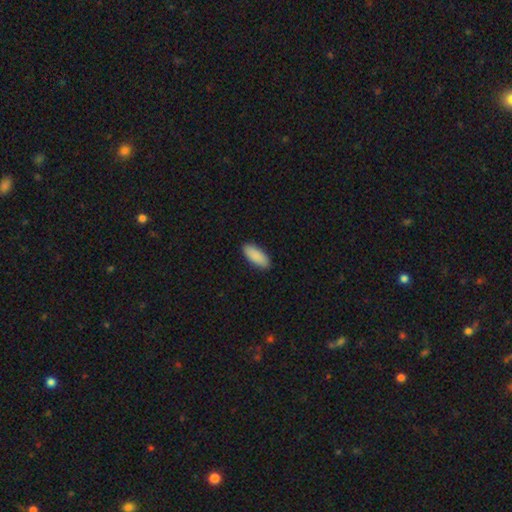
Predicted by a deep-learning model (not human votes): Smooth or featured?
  - smooth: 90% *
  - star or artifact: 6%
  - featured or disk: 4%
How rounded?
  - in between: 82% *
  - cigar-shaped: 17%
  - round: 2%
Merging?
  - none: 89% *
  - minor disturbance: 8%
  - major disturbance: 2%
  - merger: 1%